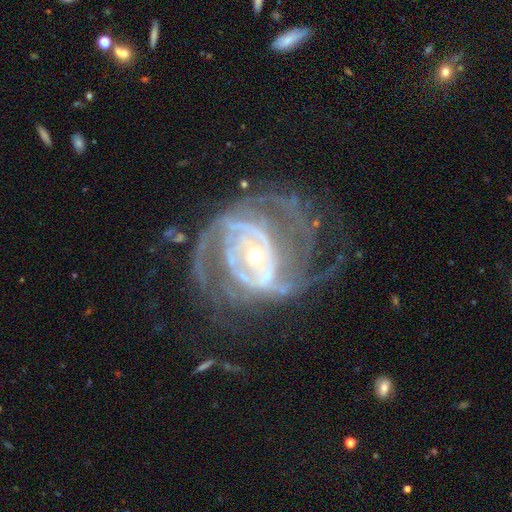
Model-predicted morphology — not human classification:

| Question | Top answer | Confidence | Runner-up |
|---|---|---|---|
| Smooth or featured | featured or disk | 90% | star or artifact (6%) |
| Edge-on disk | no | 97% | yes (3%) |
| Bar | no | 58% | weak (26%) |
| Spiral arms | yes | 95% | no (5%) |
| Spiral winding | tight | 52% | medium (36%) |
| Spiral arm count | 2 | 31% | can't tell (25%) |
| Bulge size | small | 55% | moderate (40%) |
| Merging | none | 51% | major disturbance (27%) |